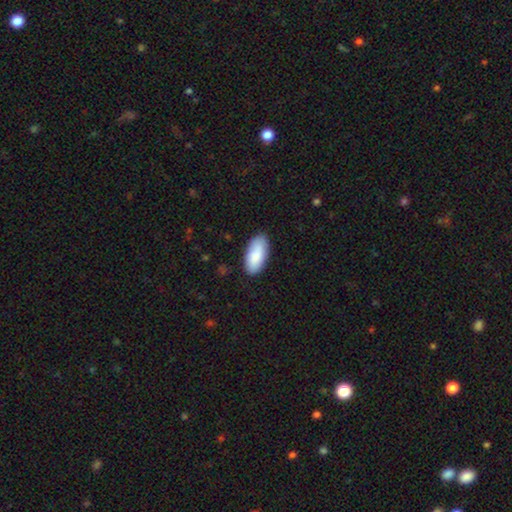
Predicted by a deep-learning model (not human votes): Smooth or featured? smooth (86%)
How rounded? in between (92%)
Merging? none (83%)